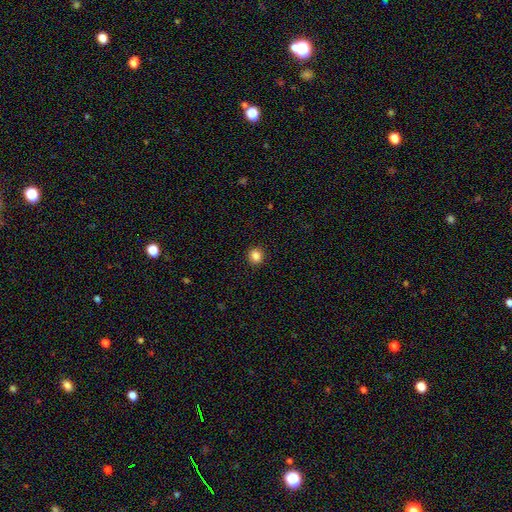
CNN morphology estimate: Overall: smooth (85%). How rounded: round (78%). Merging: none (90%).